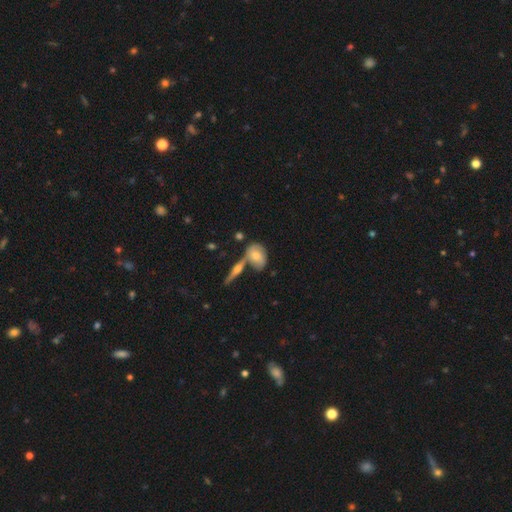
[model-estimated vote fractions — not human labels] Overall: smooth (56%; featured or disk 37%). How rounded: in between (77%). Merging: none (48%; merger 29%).